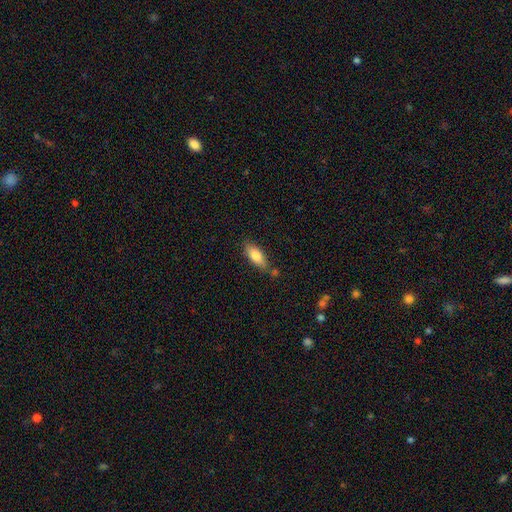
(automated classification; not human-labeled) smooth 79%, featured or disk 15%, star or artifact 6%. Down the decision tree: how rounded — in between (74%); merging — none (70%).